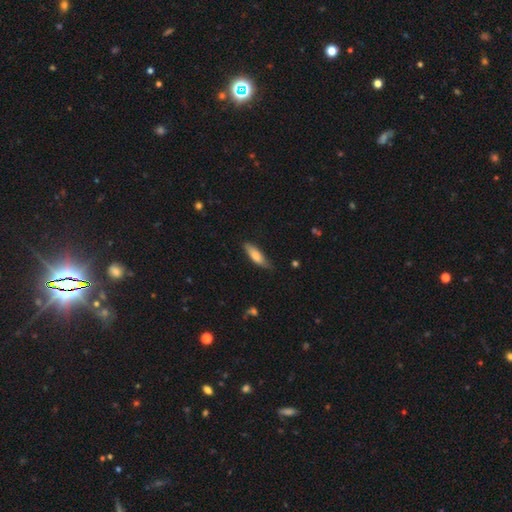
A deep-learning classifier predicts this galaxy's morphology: smooth 69%, featured or disk 25%, star or artifact 6%. Down the decision tree: how rounded — cigar-shaped (51%); merging — none (78%).